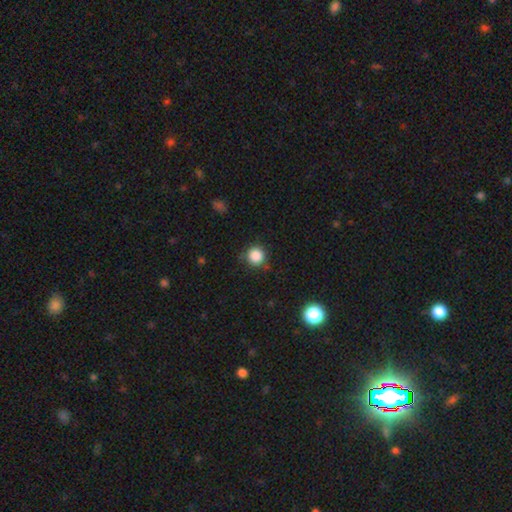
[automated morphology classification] smooth_or_featured: smooth (p=0.86) [alt: star or artifact p=0.11]
how_rounded: round (p=0.94) [alt: in between p=0.05]
merging: none (p=0.85) [alt: minor disturbance p=0.10]